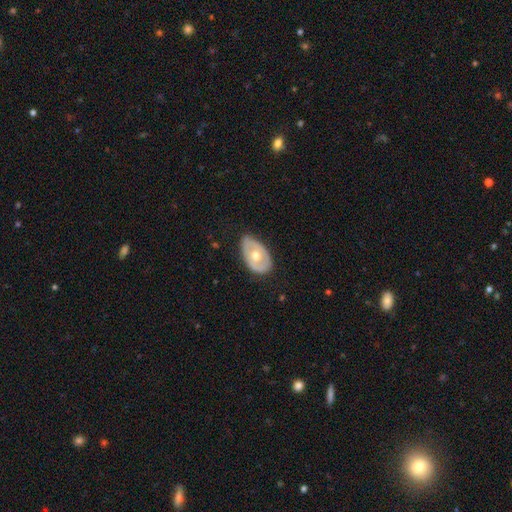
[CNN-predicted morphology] Q: Smooth or featured?
A: featured or disk (53%); runner-up: smooth (42%)
Q: Edge-on disk?
A: no (89%); runner-up: yes (11%)
Q: Merging?
A: none (70%); runner-up: minor disturbance (23%)